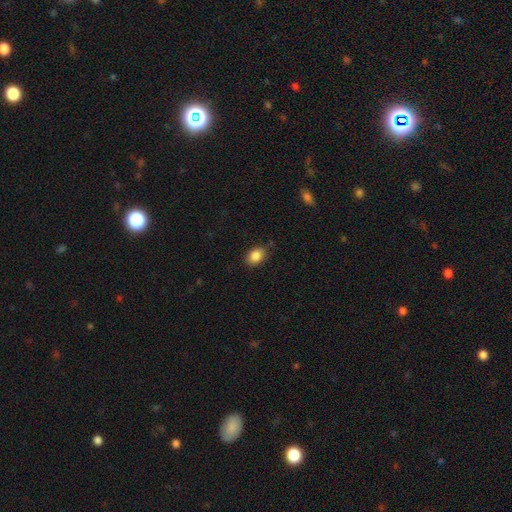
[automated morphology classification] Smooth or featured? Predicted: smooth (p=0.87). How rounded? Predicted: in between (p=0.73). Merging? Predicted: none (p=0.81).